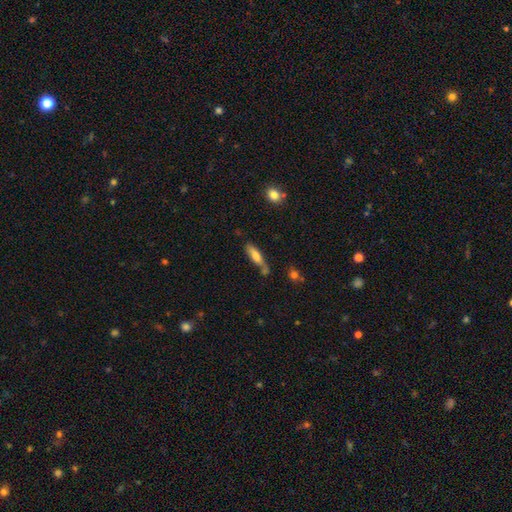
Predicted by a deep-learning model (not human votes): smooth_or_featured: smooth (p=0.71) [alt: featured or disk p=0.22]
how_rounded: cigar-shaped (p=0.63) [alt: in between p=0.35]
merging: none (p=0.54) [alt: minor disturbance p=0.23]